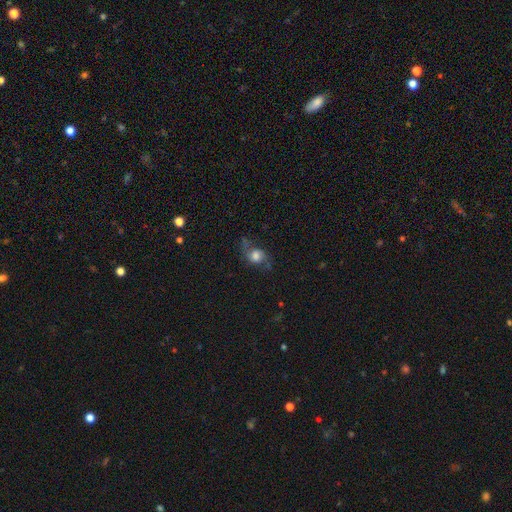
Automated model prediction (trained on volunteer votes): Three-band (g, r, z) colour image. It shows a smooth galaxy with no disk features (58%) that is round (60%). Merging: none (50%).